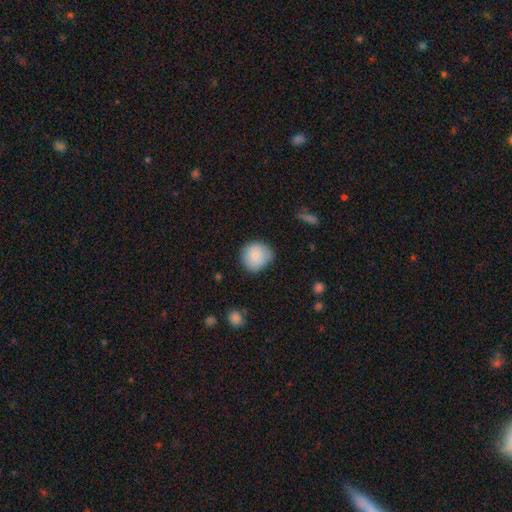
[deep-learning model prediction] Morphology: type=smooth (80%); roundness=round (88%); merging=none (72%).